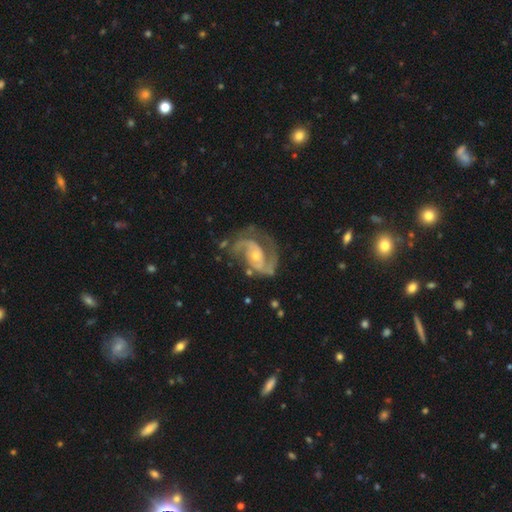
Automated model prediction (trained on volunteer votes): Smooth or featured? featured or disk (91%)
Edge-on disk? no (98%)
Bar? no (52%)
Spiral arms? yes (97%)
Spiral winding? medium (57%)
Spiral arm count? 2 (85%)
Bulge size? small (58%)
Merging? none (64%)